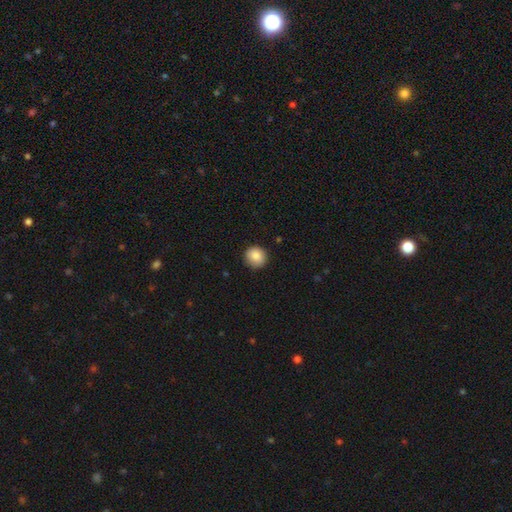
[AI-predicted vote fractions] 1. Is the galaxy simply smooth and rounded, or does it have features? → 86% smooth, 8% star or artifact, 5% featured or disk.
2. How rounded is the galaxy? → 91% round, 8% in between, 1% cigar-shaped.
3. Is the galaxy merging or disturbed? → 88% none, 9% minor disturbance, 2% major disturbance, 1% merger.